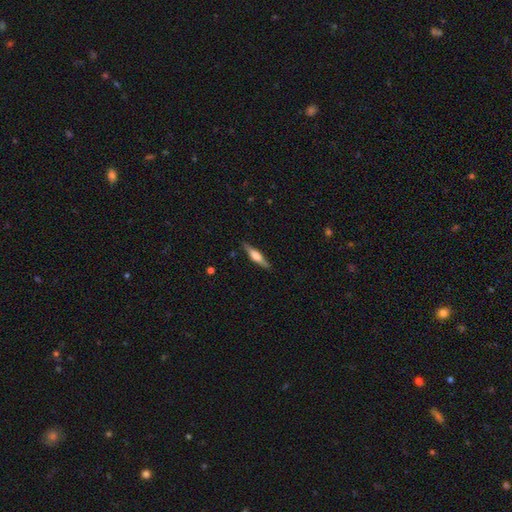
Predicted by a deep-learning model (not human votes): Morphology: type=featured or disk (56%); edge-on=yes (96%); edge-on bulge=rounded (68%); merging=none (87%).